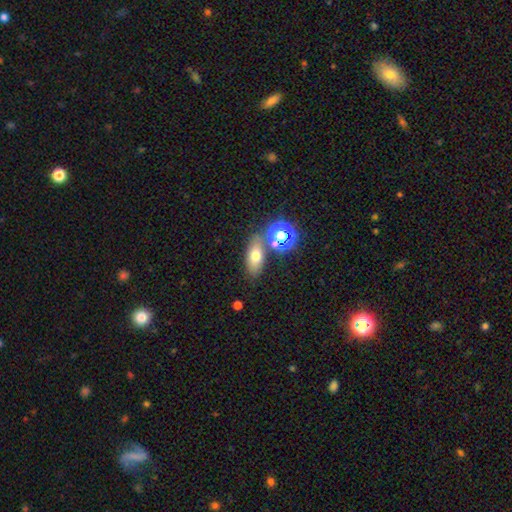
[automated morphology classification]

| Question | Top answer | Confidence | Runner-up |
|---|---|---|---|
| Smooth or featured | smooth | 63% | star or artifact (20%) |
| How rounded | in between | 72% | round (18%) |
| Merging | none | 70% | merger (15%) |